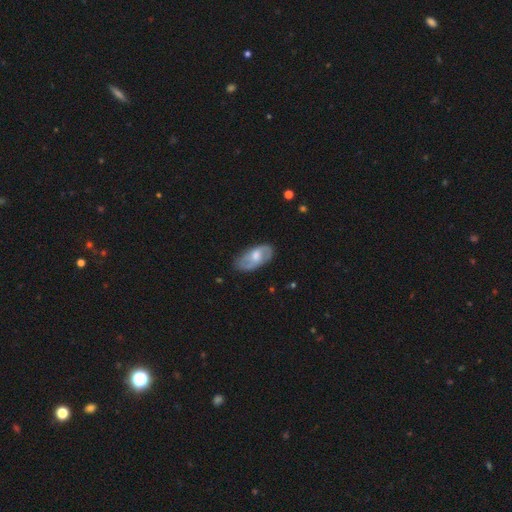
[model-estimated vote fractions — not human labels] The model was most divided on "bar": no: 54%, weak: 38%, strong: 8%. More confident: edge-on disk — no (89%); merging — none (77%); spiral arms — yes (72%); bulge size — moderate (61%); smooth or featured — featured or disk (58%).